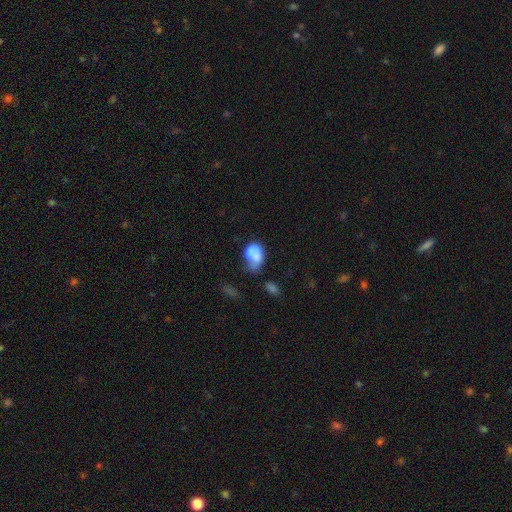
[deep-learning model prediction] Smooth or featured? smooth (67%)
How rounded? in between (77%)
Merging? merger (30%)